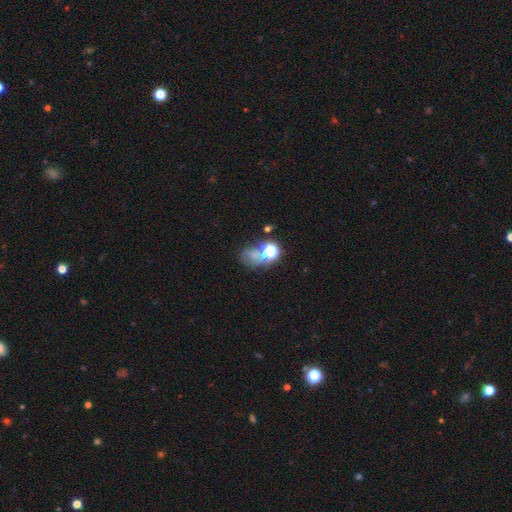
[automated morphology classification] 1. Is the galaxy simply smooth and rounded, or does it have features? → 48% smooth, 34% star or artifact, 18% featured or disk.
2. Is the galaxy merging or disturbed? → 39% none, 26% merger, 18% major disturbance, 16% minor disturbance.